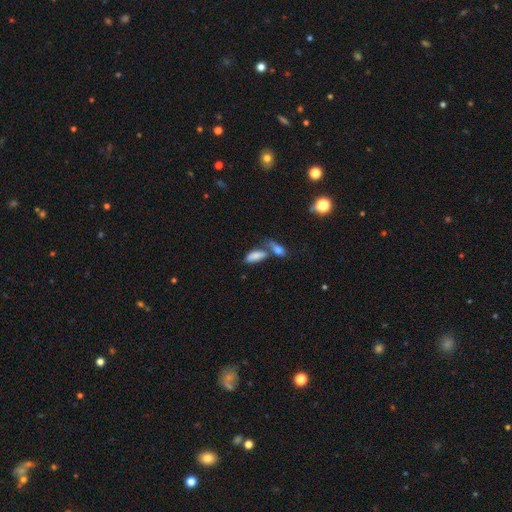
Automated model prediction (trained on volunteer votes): smooth-or-featured: smooth: 80% | featured or disk: 12% | star or artifact: 8%
  how-rounded: in between: 80% | cigar-shaped: 18% | round: 3%
  merging: merger: 43% | none: 38% | minor disturbance: 13% | major disturbance: 6%